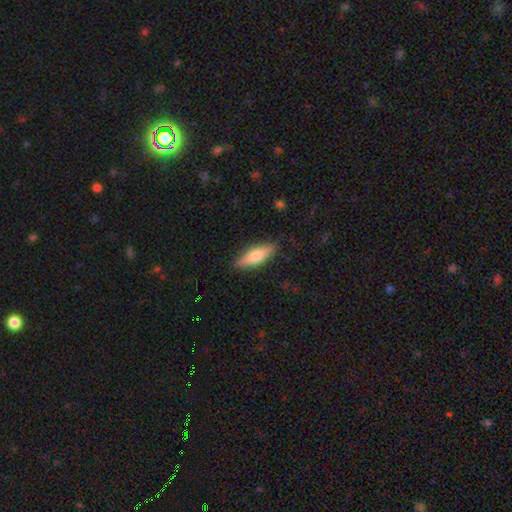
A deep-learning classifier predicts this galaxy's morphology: This is likely a smooth galaxy (64%). How rounded: possibly cigar-shaped (52%). Merging: clearly none (85%).